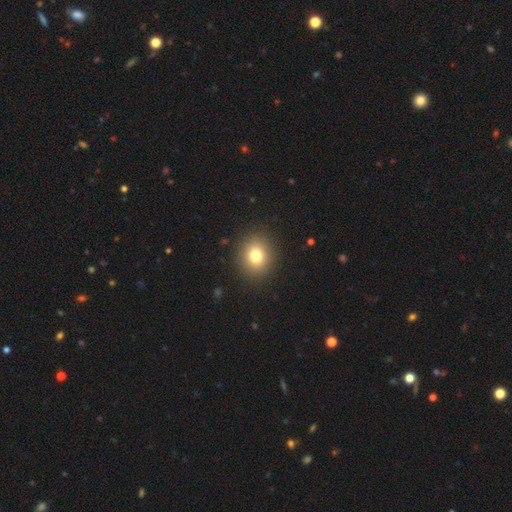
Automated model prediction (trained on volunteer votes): Smooth or featured?
  - smooth: 79% *
  - star or artifact: 12%
  - featured or disk: 9%
How rounded?
  - round: 71% *
  - in between: 28%
  - cigar-shaped: 1%
Merging?
  - none: 90% *
  - minor disturbance: 6%
  - major disturbance: 3%
  - merger: 1%